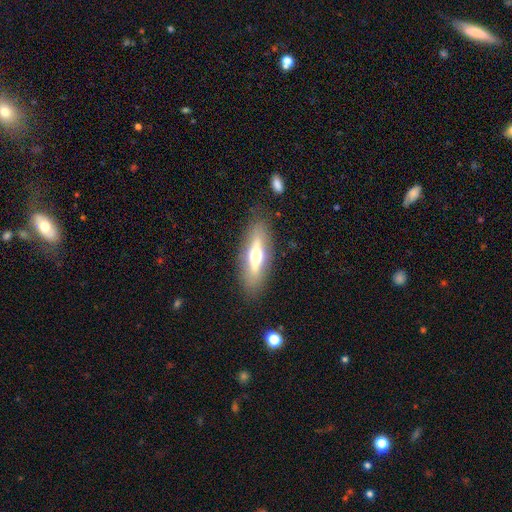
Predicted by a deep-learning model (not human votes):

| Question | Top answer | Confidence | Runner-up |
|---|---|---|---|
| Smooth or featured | featured or disk | 51% | smooth (42%) |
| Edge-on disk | yes | 73% | no (27%) |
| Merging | none | 85% | minor disturbance (10%) |